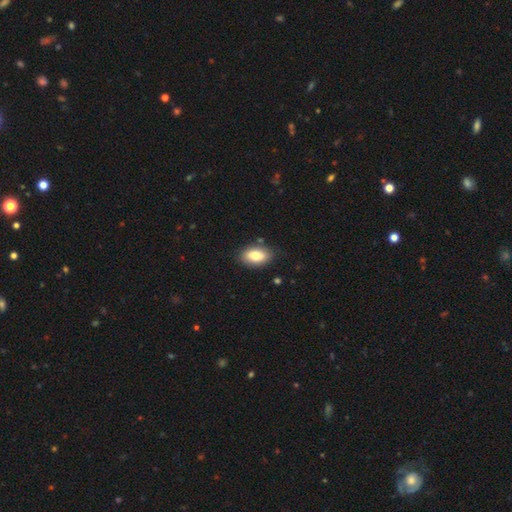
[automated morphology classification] A smooth galaxy with no disk features (79%) that is in between round and cigar-shaped (92%).

Vote fractions:
- Smooth or featured? smooth: 79% / featured or disk: 14% / star or artifact: 7%
- How rounded? in between: 92% / round: 6% / cigar-shaped: 2%
- Merging? none: 82% / minor disturbance: 13% / major disturbance: 3% / merger: 2%